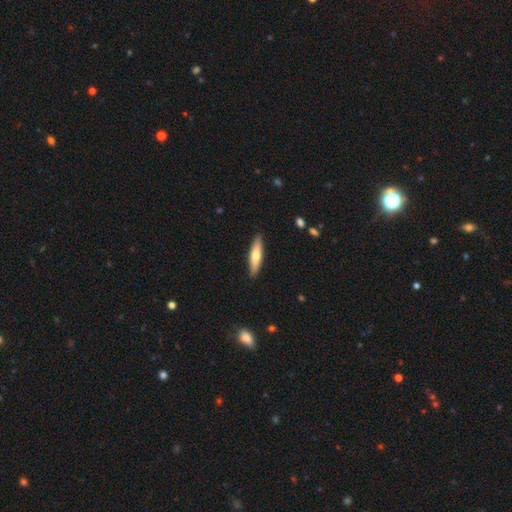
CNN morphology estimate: A smooth galaxy with no disk features (63%) that is cigar-shaped (78%). Merging: none (89%).